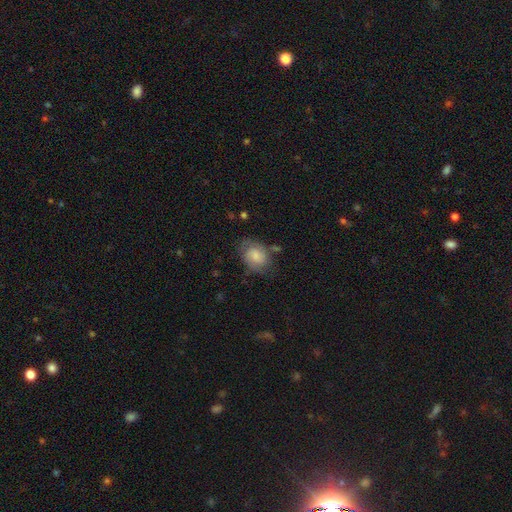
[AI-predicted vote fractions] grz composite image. It shows a smooth galaxy with no disk features (55%) that is in between round and cigar-shaped (60%). Merging: none (63%).